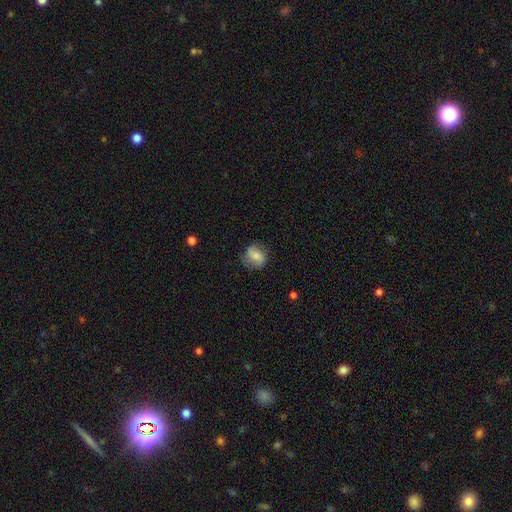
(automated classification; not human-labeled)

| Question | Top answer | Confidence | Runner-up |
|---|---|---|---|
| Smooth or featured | smooth | 64% | featured or disk (28%) |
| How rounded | round | 66% | in between (32%) |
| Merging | none | 72% | minor disturbance (20%) |